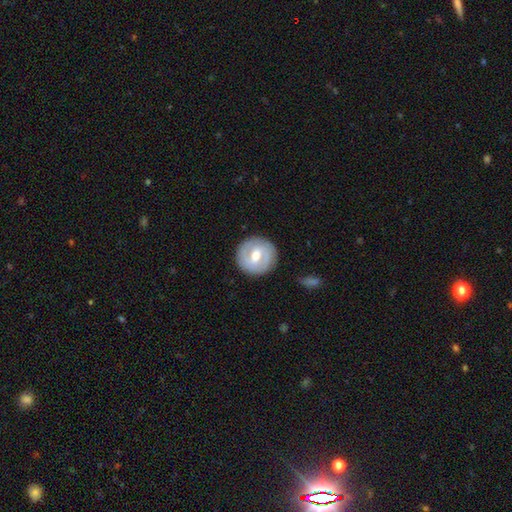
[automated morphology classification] Smooth or featured: featured or disk — 66% (smooth — 28%)
Edge-on disk: no — 97% (yes — 3%)
Bar: weak — 53% (strong — 23%)
Spiral arms: yes — 73% (no — 27%)
Bulge size: moderate — 73% (small — 20%)
Merging: none — 88% (minor disturbance — 9%)